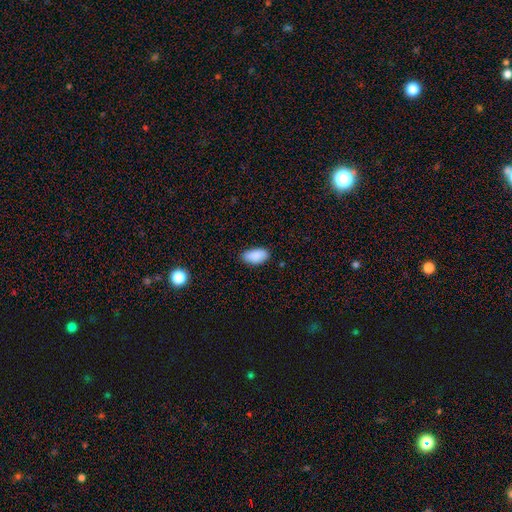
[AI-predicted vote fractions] Smooth or featured? smooth (89%)
How rounded? in between (94%)
Merging? none (82%)